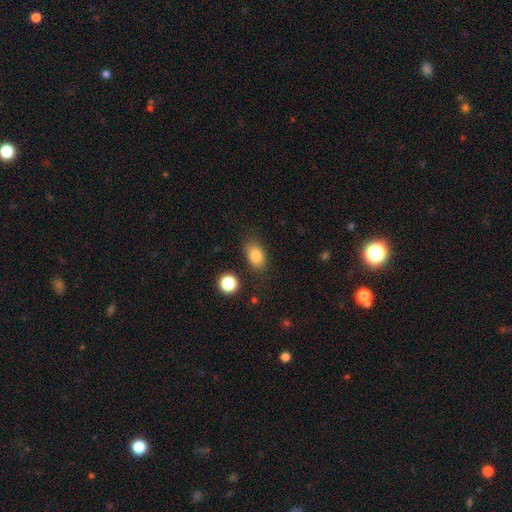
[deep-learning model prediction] The model was most divided on "how rounded": in between: 79%, round: 19%, cigar-shaped: 2%. More confident: smooth or featured — smooth (81%); merging — none (79%).